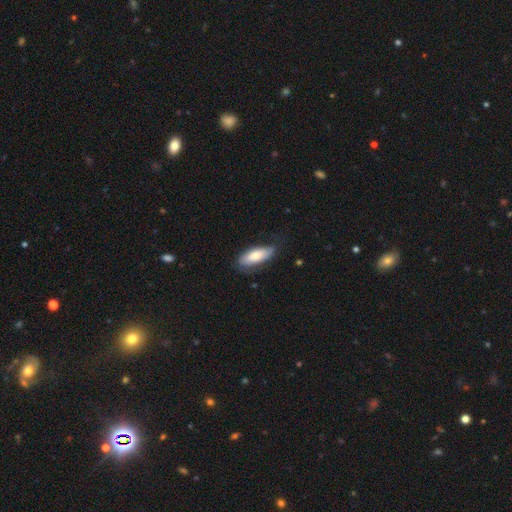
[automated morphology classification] A smooth galaxy with no disk features (74%) that is in between round and cigar-shaped (73%). Merging: none (69%).